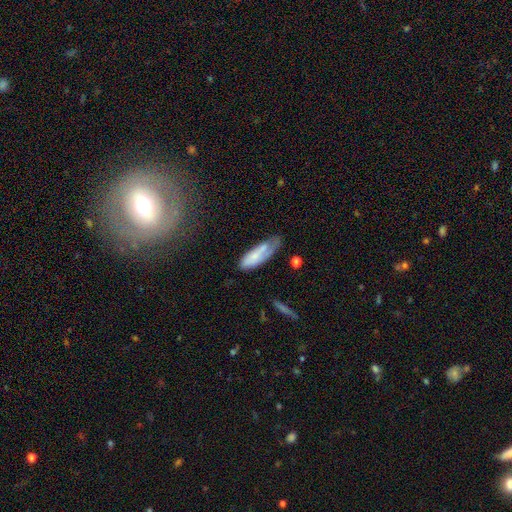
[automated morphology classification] Overall: smooth (61%; featured or disk 32%). How rounded: in between (57%; cigar-shaped 42%). Merging: none (42%; minor disturbance 33%).